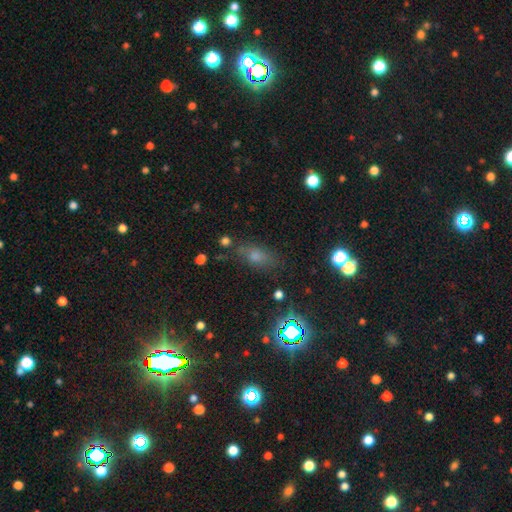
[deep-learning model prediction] Smooth or featured? Predicted: smooth (p=0.53). How rounded? Predicted: in between (p=0.67). Merging? Predicted: none (p=0.74).